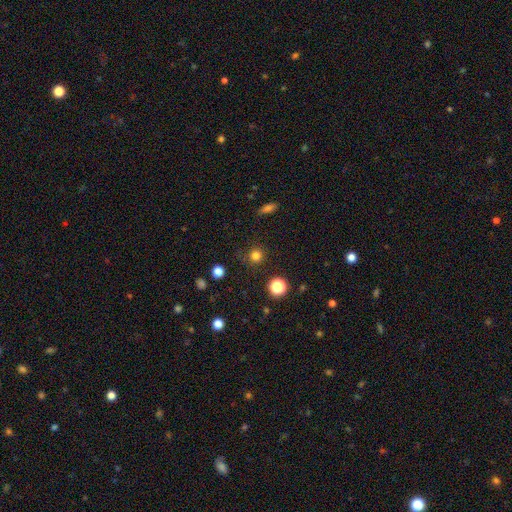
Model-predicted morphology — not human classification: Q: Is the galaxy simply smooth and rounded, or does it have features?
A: smooth — 79%.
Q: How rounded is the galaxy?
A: round — 94%.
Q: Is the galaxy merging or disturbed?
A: none — 85%.